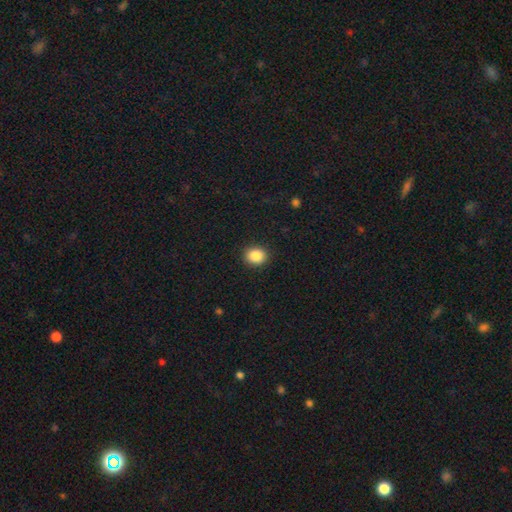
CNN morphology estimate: Smooth or featured?
  - smooth: 87% *
  - star or artifact: 9%
  - featured or disk: 4%
How rounded?
  - round: 68% *
  - in between: 31%
  - cigar-shaped: 1%
Merging?
  - none: 90% *
  - minor disturbance: 7%
  - major disturbance: 2%
  - merger: 1%